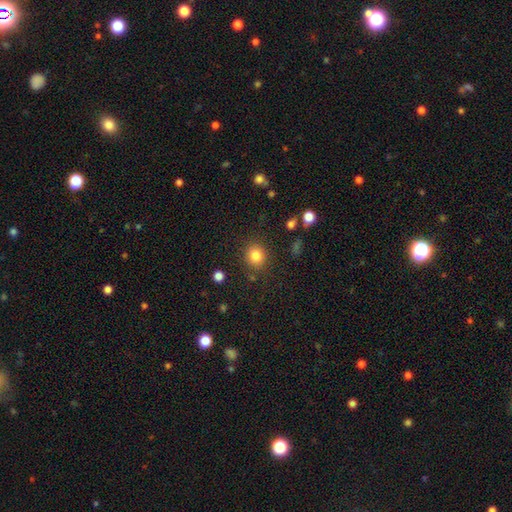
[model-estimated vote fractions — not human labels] Morphology: type=smooth (83%); roundness=round (85%); merging=none (86%).